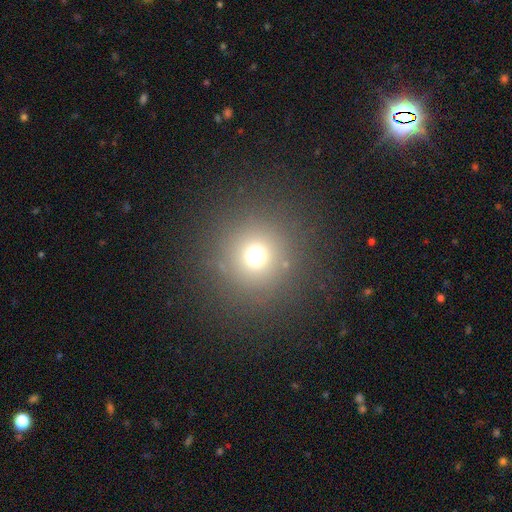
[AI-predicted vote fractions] This is likely a smooth galaxy (68%). How rounded: clearly round (95%). Merging: clearly none (86%).